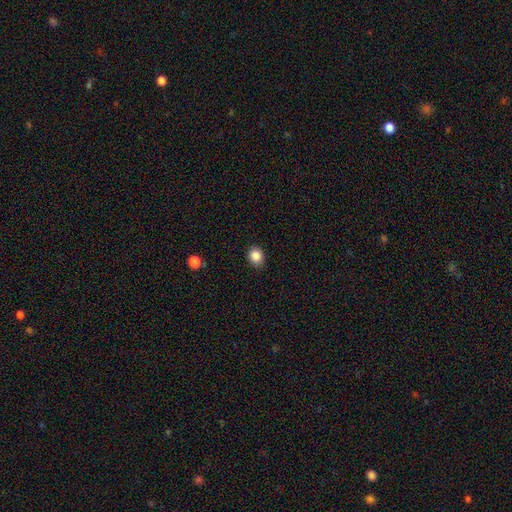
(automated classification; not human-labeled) Smooth or featured? smooth (85%)
How rounded? round (64%)
Merging? none (86%)